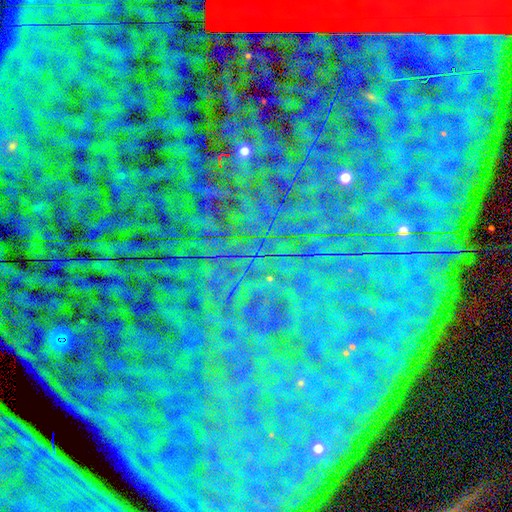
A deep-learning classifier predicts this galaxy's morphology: Overall: star or artifact (87%).